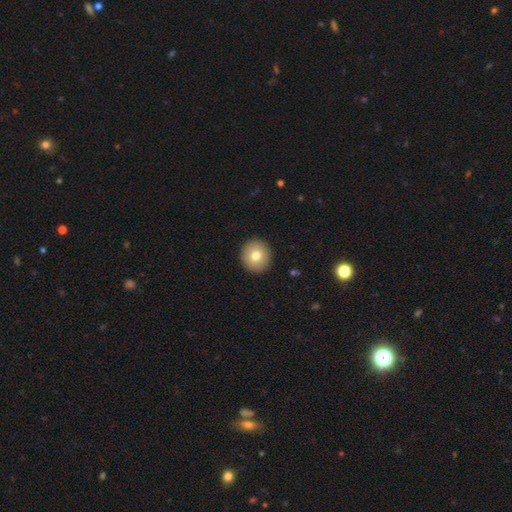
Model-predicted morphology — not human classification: Smooth or featured? smooth (76%)
How rounded? round (94%)
Merging? none (93%)